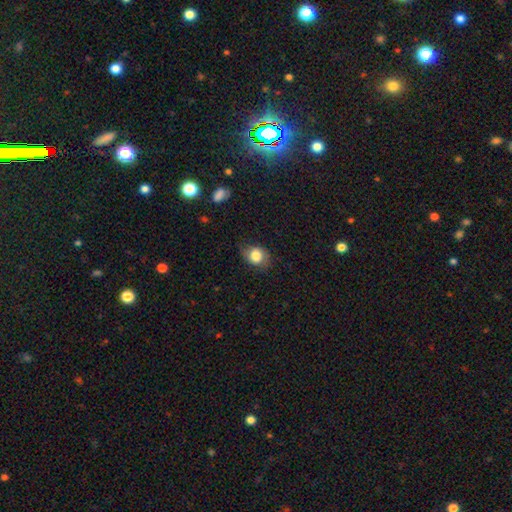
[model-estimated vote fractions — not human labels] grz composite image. It shows a smooth galaxy with no disk features (81%) that is round (55%). Merging: none (71%).